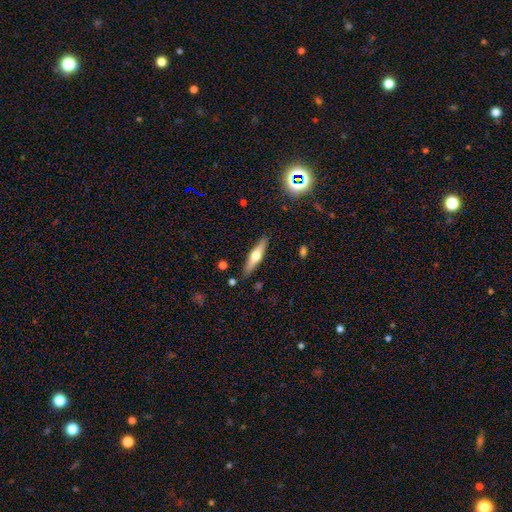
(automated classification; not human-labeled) This is possibly a featured or disk galaxy (58%). It is clearly viewed edge-on (95%). Edge-on bulge: clearly rounded (94%). Merging: clearly none (89%).